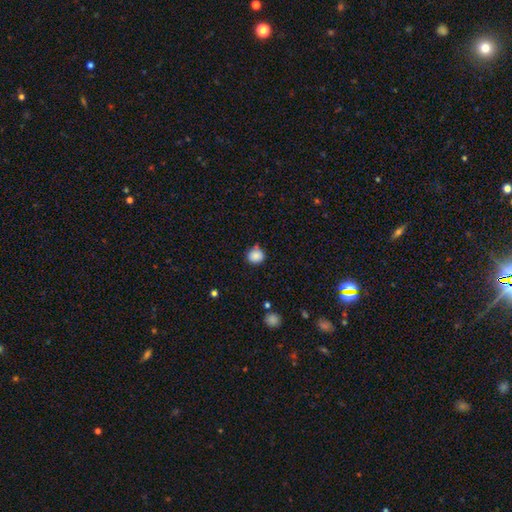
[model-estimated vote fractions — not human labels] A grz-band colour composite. It shows a smooth galaxy with no disk features (87%) that is round (82%). Merging: none (75%).